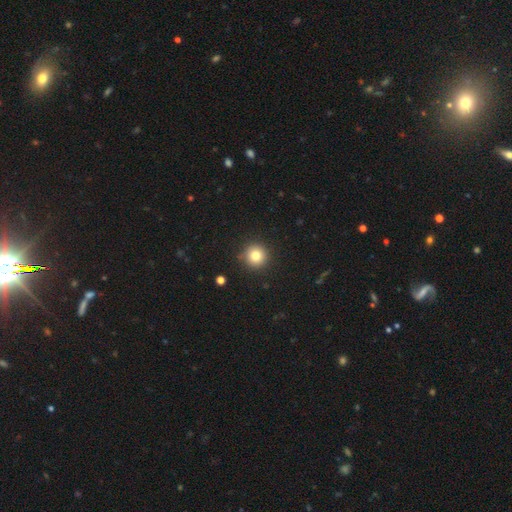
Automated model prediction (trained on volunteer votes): A smooth galaxy with no disk features (81%) that is round (95%).

Vote fractions:
- Smooth or featured? smooth: 81% / star or artifact: 12% / featured or disk: 8%
- How rounded? round: 95% / in between: 4% / cigar-shaped: 1%
- Merging? none: 91% / minor disturbance: 6% / major disturbance: 2% / merger: 1%